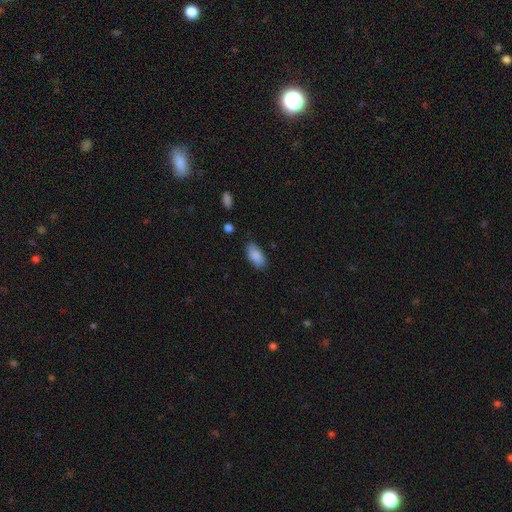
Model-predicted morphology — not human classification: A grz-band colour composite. It shows a smooth galaxy with no disk features (88%) that is in between round and cigar-shaped (93%). Merging: none (81%).